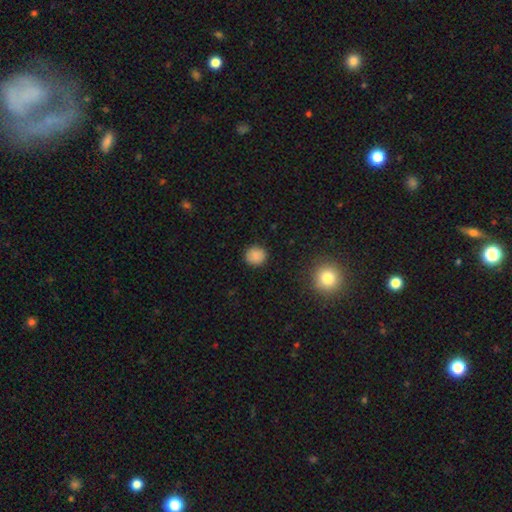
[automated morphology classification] This appears to be a smooth galaxy with no disk features (86%) that is round (90%). Merging: none (89%).